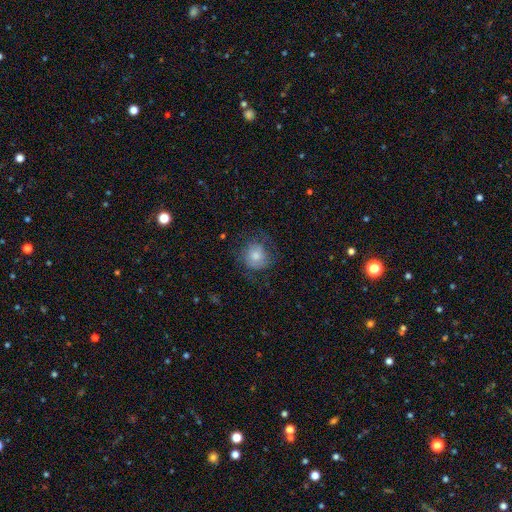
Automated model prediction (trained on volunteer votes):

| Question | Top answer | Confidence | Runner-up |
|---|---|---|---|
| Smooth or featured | smooth | 68% | featured or disk (23%) |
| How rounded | round | 85% | in between (14%) |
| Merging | none | 62% | minor disturbance (21%) |